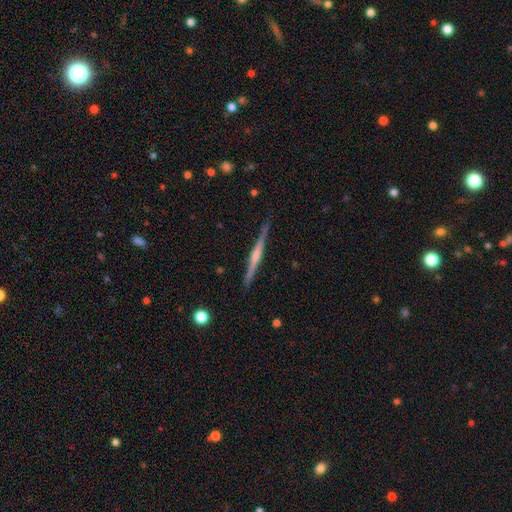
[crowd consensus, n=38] A featured or disk galaxy (76%) viewed edge-on (100%) with a rounded central bulge (62%).

Vote fractions:
- Smooth or featured? featured or disk: 76% / smooth: 16% / star or artifact: 8%
- Edge-on disk? yes: 100% / no: 0%
- Edge-on bulge? rounded: 62% / none: 24% / boxy: 14%
- Merging? none: 91% / major disturbance: 6% / minor disturbance: 3% / merger: 0%